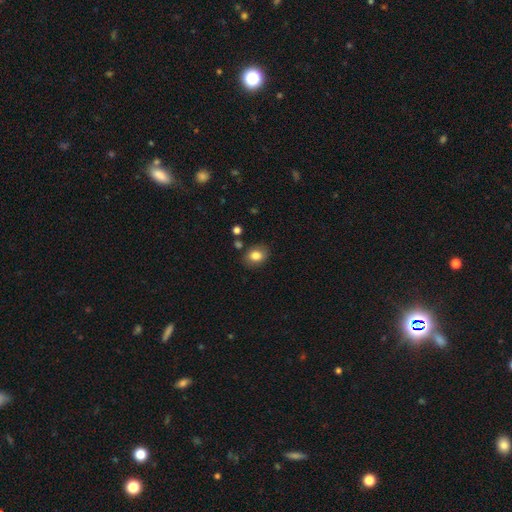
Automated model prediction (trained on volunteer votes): The model was most divided on "how rounded": in between: 58%, round: 42%, cigar-shaped: 1%. More confident: smooth or featured — smooth (82%); merging — none (82%).